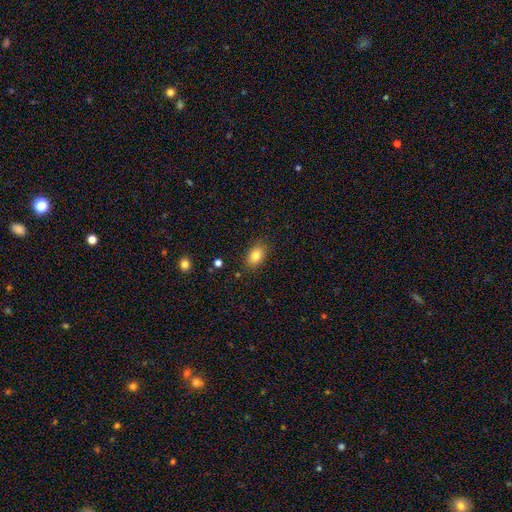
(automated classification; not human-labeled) Smooth or featured: smooth — 83% (star or artifact — 9%)
How rounded: in between — 81% (round — 17%)
Merging: none — 86% (minor disturbance — 10%)